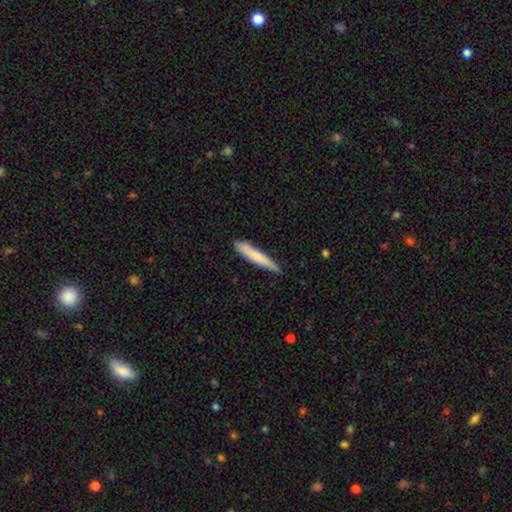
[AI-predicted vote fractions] A smooth galaxy with no disk features (73%) that is cigar-shaped (93%).

Vote fractions:
- Smooth or featured? smooth: 73% / featured or disk: 22% / star or artifact: 5%
- How rounded? cigar-shaped: 93% / in between: 6% / round: 1%
- Merging? none: 79% / minor disturbance: 17% / major disturbance: 2% / merger: 2%